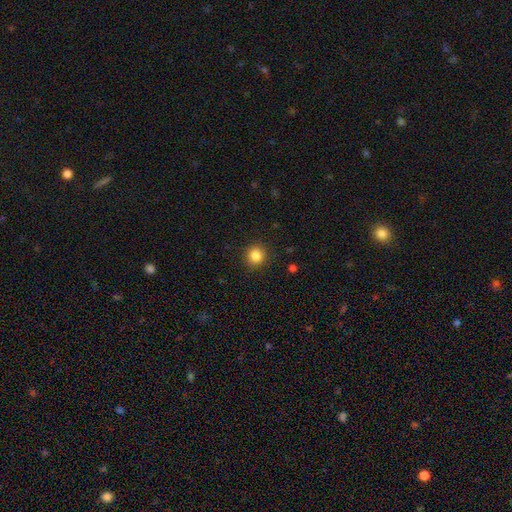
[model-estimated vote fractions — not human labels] This appears to be a smooth galaxy with no disk features (85%) that is round (93%). Merging: none (91%).